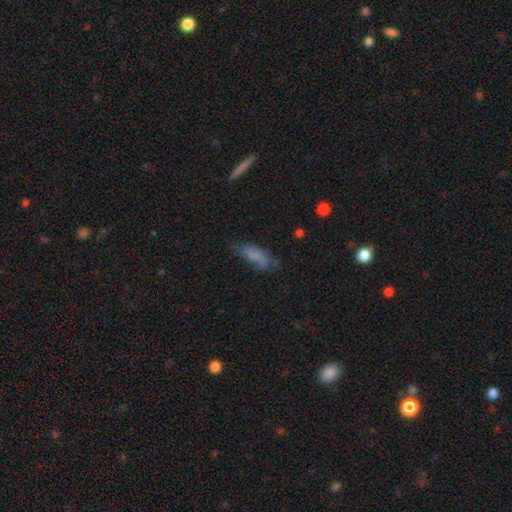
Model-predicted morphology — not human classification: Smooth or featured? Predicted: smooth (p=0.64). How rounded? Predicted: in between (p=0.72). Merging? Predicted: none (p=0.43).